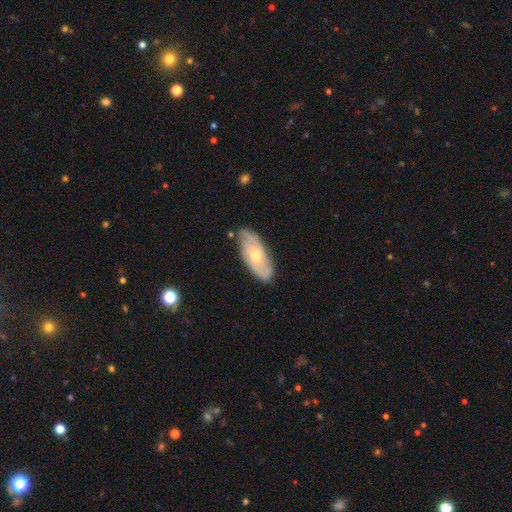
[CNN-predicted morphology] A featured or disk galaxy (60%) with no bar (74%), spiral arms (80%) and a moderate central bulge (53%).

Vote fractions:
- Smooth or featured? featured or disk: 60% / smooth: 34% / star or artifact: 6%
- Edge-on disk? no: 86% / yes: 14%
- Bar? no: 74% / weak: 22% / strong: 4%
- Spiral arms? yes: 80% / no: 20%
- Bulge size? moderate: 53% / small: 43% / large: 2% / none: 1% / dominant: 1%
- Merging? none: 73% / minor disturbance: 21% / major disturbance: 4% / merger: 2%